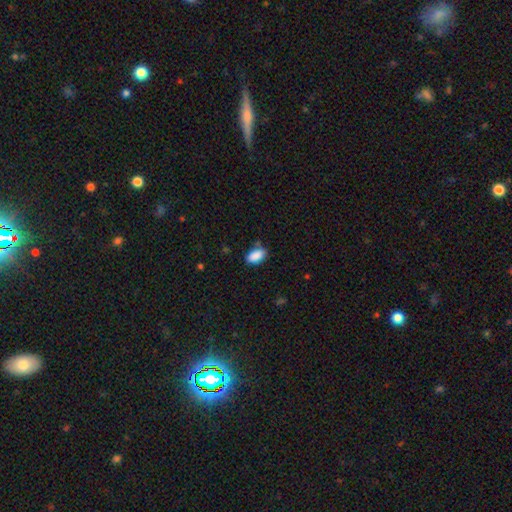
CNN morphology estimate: smooth-or-featured: smooth: 89% | star or artifact: 7% | featured or disk: 4%
  how-rounded: in between: 93% | round: 5% | cigar-shaped: 3%
  merging: none: 74% | minor disturbance: 18% | merger: 4% | major disturbance: 4%